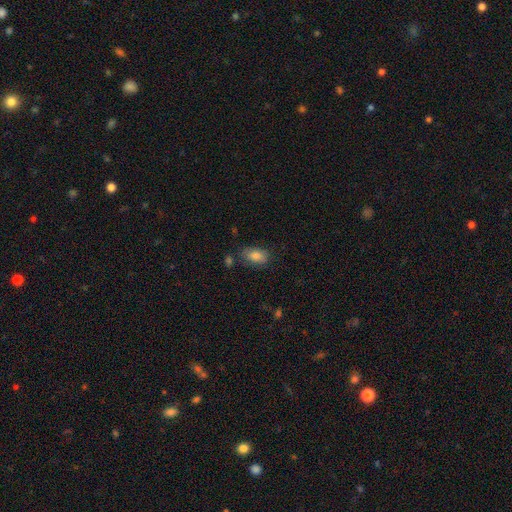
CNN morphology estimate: smooth 84%, featured or disk 8%, star or artifact 8%. Down the decision tree: how rounded — in between (90%); merging — none (73%).